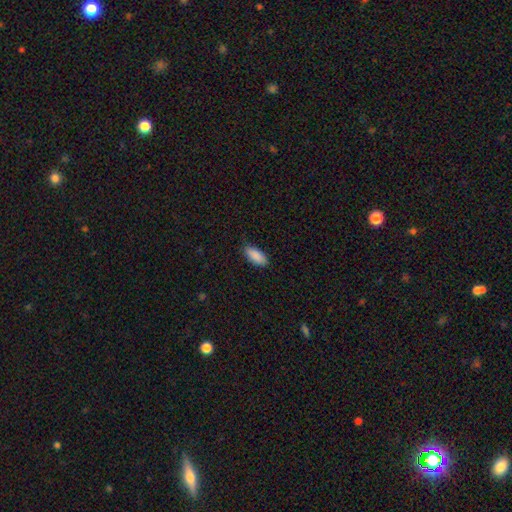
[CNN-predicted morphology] smooth-or-featured: smooth: 90% | star or artifact: 6% | featured or disk: 4%
  how-rounded: in between: 84% | cigar-shaped: 14% | round: 2%
  merging: none: 84% | minor disturbance: 13% | major disturbance: 2% | merger: 1%